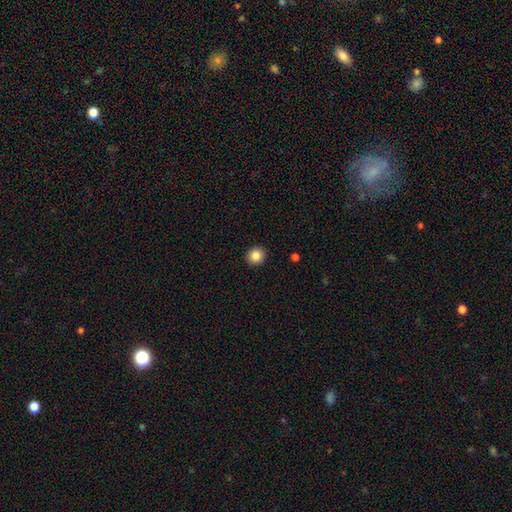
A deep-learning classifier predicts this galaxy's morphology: Q: Smooth or featured?
A: smooth (85%); runner-up: star or artifact (10%)
Q: How rounded?
A: round (87%); runner-up: in between (12%)
Q: Merging?
A: none (92%); runner-up: minor disturbance (5%)